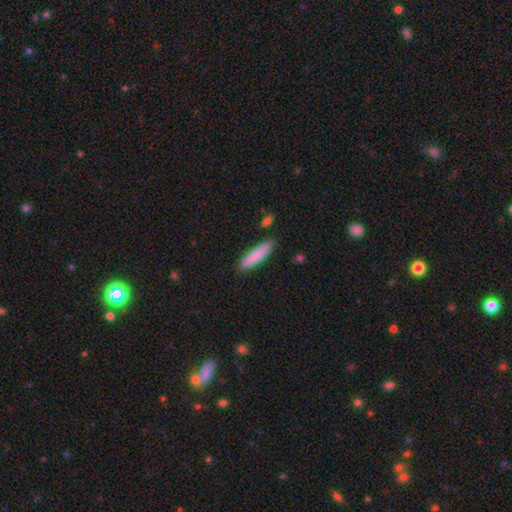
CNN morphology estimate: This is clearly a smooth galaxy (86%). How rounded: likely cigar-shaped (78%). Merging: clearly none (87%).